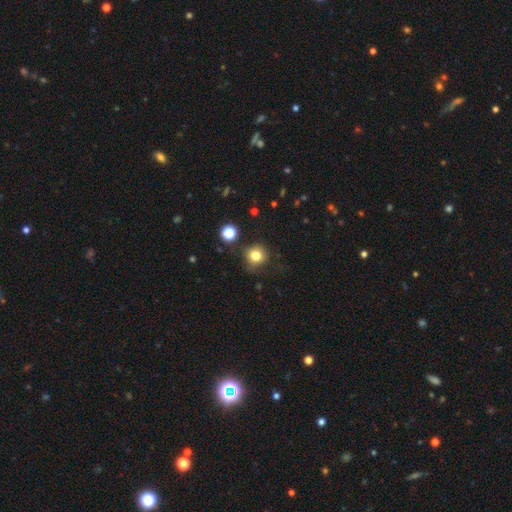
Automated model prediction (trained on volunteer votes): A smooth galaxy with no disk features (79%) that is round (89%). Merging: none (76%).